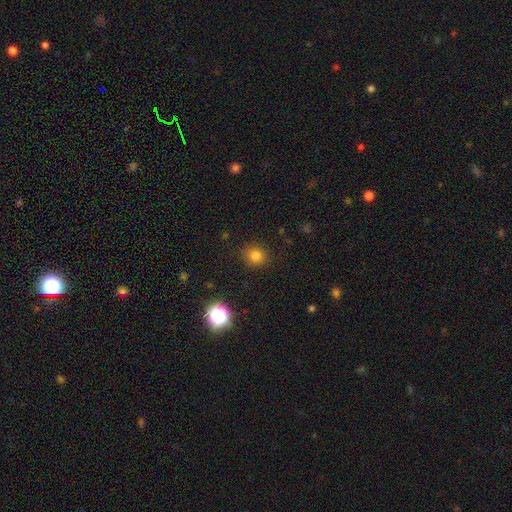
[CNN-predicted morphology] Smooth or featured?
  - smooth: 80% *
  - star or artifact: 15%
  - featured or disk: 5%
How rounded?
  - round: 87% *
  - in between: 12%
  - cigar-shaped: 1%
Merging?
  - none: 89% *
  - minor disturbance: 7%
  - major disturbance: 3%
  - merger: 1%